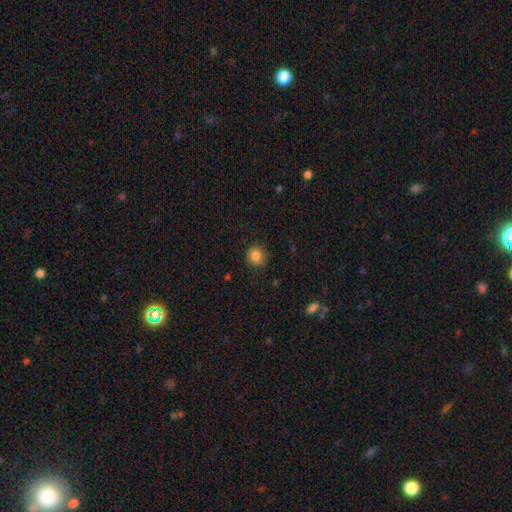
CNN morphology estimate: A smooth galaxy with no disk features (85%) that is round (89%). Merging: none (86%).